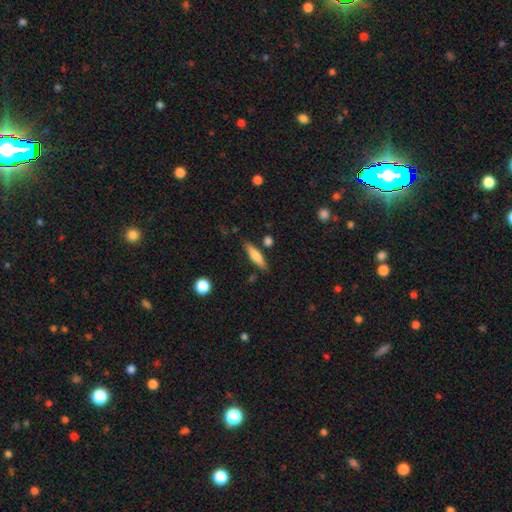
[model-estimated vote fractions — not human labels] Morphology: type=smooth (72%); roundness=cigar-shaped (75%); merging=none (82%).